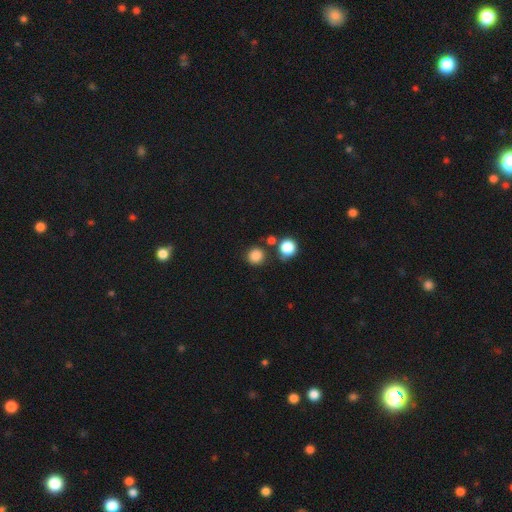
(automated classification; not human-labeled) smooth_or_featured: smooth (p=0.84) [alt: star or artifact p=0.12]
how_rounded: round (p=0.92) [alt: in between p=0.07]
merging: none (p=0.79) [alt: minor disturbance p=0.09]